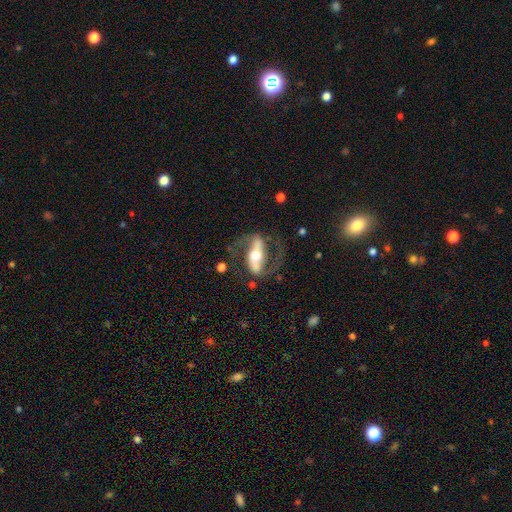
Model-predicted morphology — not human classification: This is clearly a featured or disk galaxy (84%). It is clearly not viewed edge-on (89%). Bar: likely strong (60%). Spiral arm pattern: clearly yes (92%). Spiral arm count: clearly 2 (91%). Spiral winding: possibly medium (46%). Central bulge: possibly moderate (51%). Merging: likely none (66%).